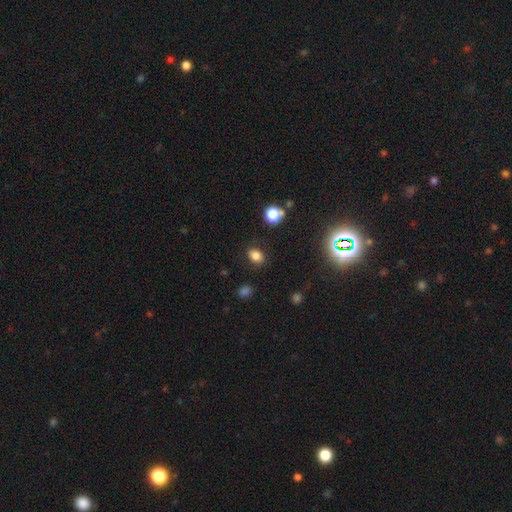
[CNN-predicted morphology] Smooth or featured?
  - smooth: 80% *
  - star or artifact: 13%
  - featured or disk: 6%
How rounded?
  - in between: 60% *
  - round: 39%
  - cigar-shaped: 1%
Merging?
  - none: 82% *
  - minor disturbance: 12%
  - major disturbance: 4%
  - merger: 2%